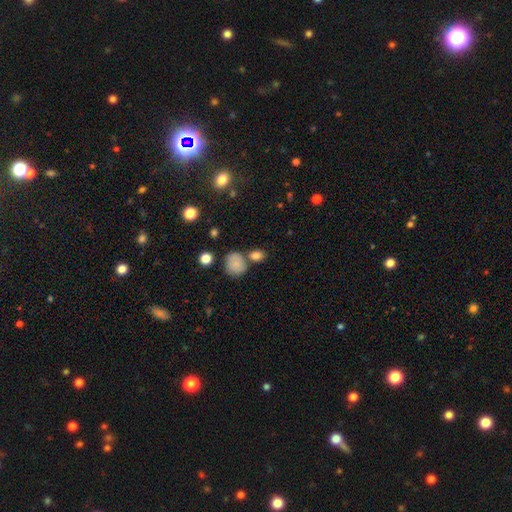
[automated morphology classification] A smooth galaxy with no disk features (81%) that is round (51%). Merging: none (56%).